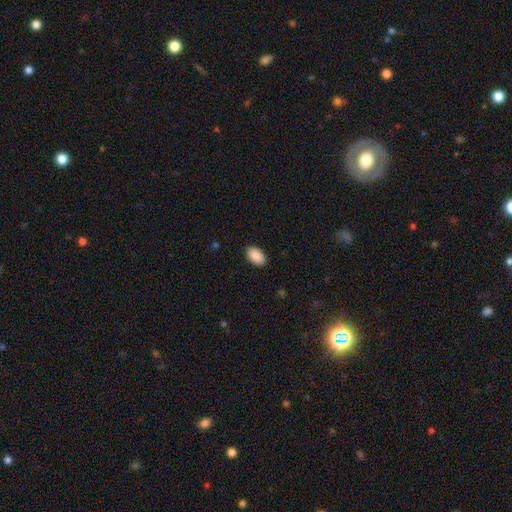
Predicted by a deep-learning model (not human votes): smooth_or_featured: smooth (p=0.90) [alt: star or artifact p=0.06]
how_rounded: in between (p=0.94) [alt: round p=0.05]
merging: none (p=0.89) [alt: minor disturbance p=0.08]